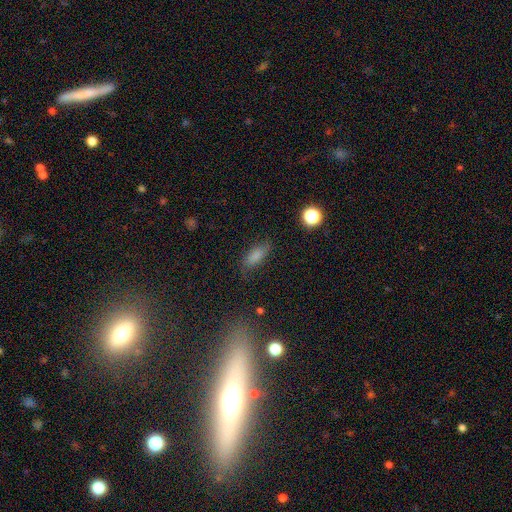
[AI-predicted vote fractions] A smooth galaxy with no disk features (78%) that is in between round and cigar-shaped (75%). Merging: none (71%).